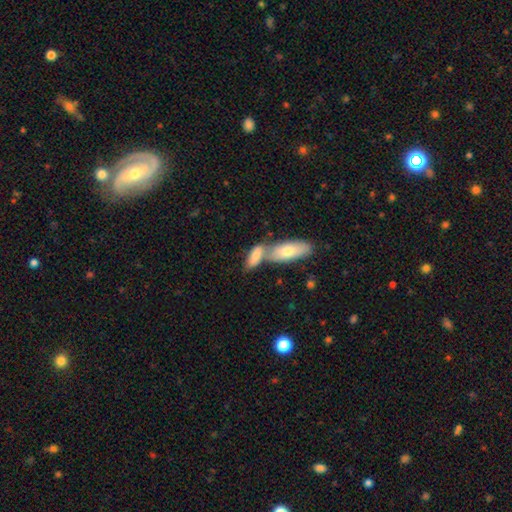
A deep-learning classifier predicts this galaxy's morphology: The model was most divided on "merging": merger: 61%, none: 27%, minor disturbance: 9%, major disturbance: 4%. More confident: smooth or featured — smooth (75%); how rounded — in between (73%).